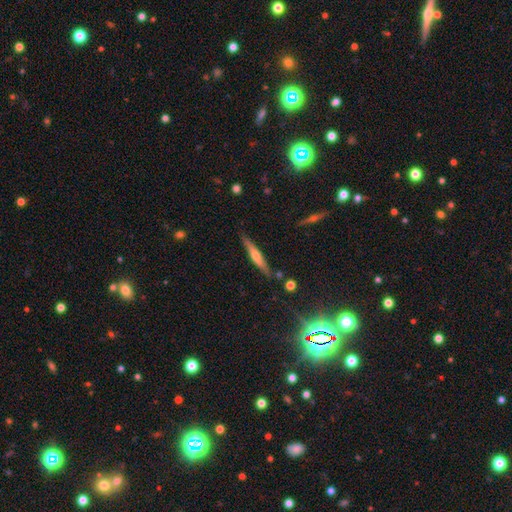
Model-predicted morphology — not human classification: Smooth or featured? featured or disk (57%)
Edge-on disk? yes (96%)
Edge-on bulge? rounded (76%)
Merging? none (86%)